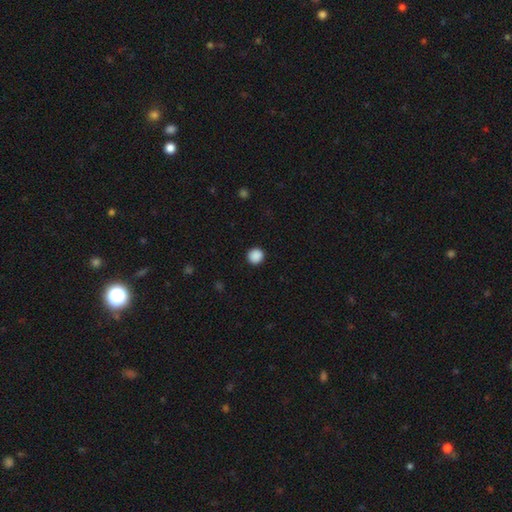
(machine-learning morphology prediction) The model was most divided on "smooth or featured": smooth: 89%, star or artifact: 9%, featured or disk: 2%. More confident: how rounded — round (94%); merging — none (92%).